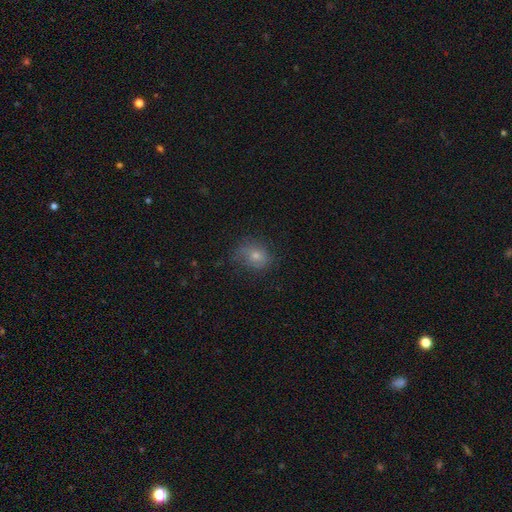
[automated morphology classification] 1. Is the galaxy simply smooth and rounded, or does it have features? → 61% smooth, 22% featured or disk, 17% star or artifact.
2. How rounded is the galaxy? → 58% round, 40% in between, 1% cigar-shaped.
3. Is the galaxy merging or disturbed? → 63% none, 25% minor disturbance, 11% major disturbance, 1% merger.